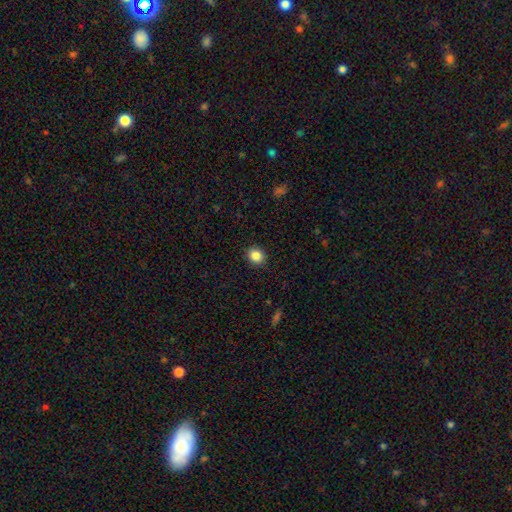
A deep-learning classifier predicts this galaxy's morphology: Overall: smooth (86%). How rounded: round (75%). Merging: none (91%).